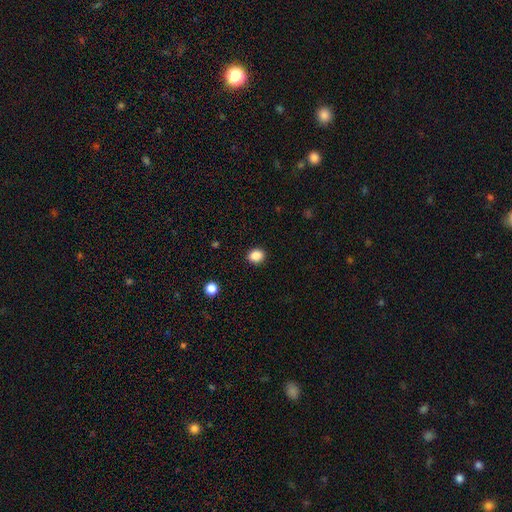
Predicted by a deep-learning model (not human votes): Smooth or featured? Predicted: smooth (p=0.86). How rounded? Predicted: round (p=0.62). Merging? Predicted: none (p=0.91).